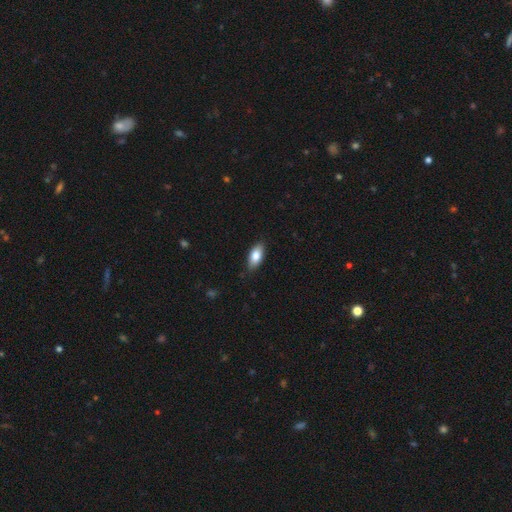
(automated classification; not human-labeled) Smooth or featured?
  - smooth: 83% *
  - featured or disk: 11%
  - star or artifact: 6%
How rounded?
  - in between: 88% *
  - cigar-shaped: 9%
  - round: 3%
Merging?
  - none: 85% *
  - minor disturbance: 12%
  - major disturbance: 2%
  - merger: 1%